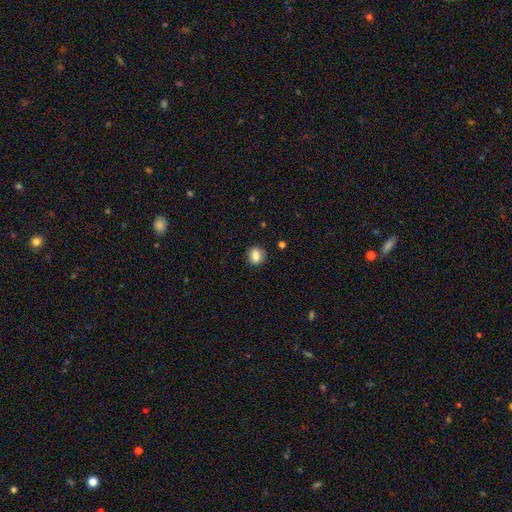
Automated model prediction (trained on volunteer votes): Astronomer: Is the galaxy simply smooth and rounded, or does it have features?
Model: smooth — 84%.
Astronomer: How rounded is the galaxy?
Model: round — 72%.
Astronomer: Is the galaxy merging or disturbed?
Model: none — 89%.